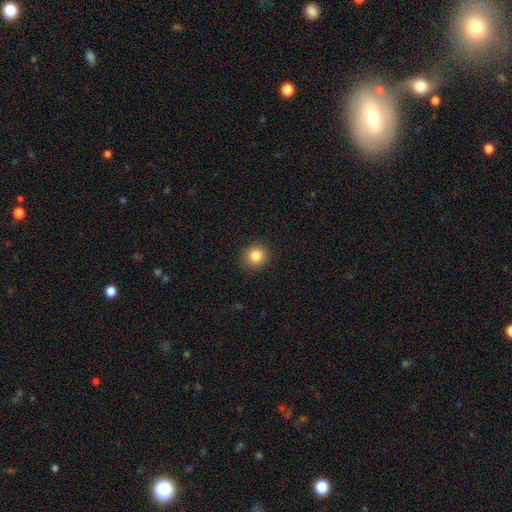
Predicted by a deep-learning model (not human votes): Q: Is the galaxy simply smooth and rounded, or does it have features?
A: smooth — 84%.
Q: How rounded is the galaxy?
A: round — 89%.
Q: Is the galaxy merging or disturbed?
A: none — 91%.